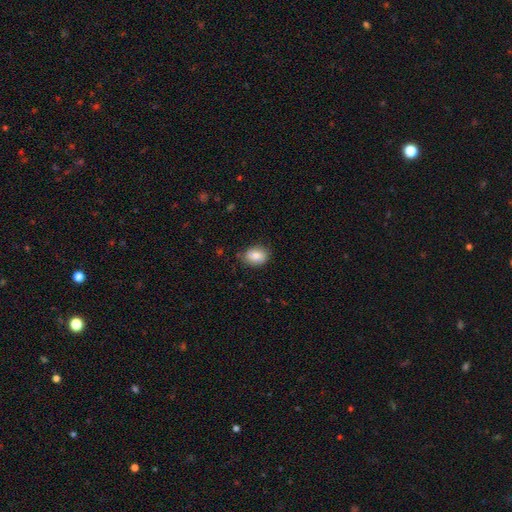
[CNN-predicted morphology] smooth 81%, featured or disk 11%, star or artifact 8%. Down the decision tree: how rounded — in between (66%); merging — none (77%).